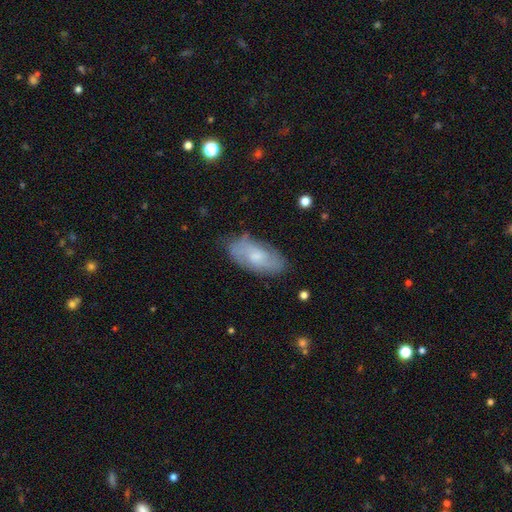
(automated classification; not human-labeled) Morphology: type=smooth (48%); merging=none (74%).